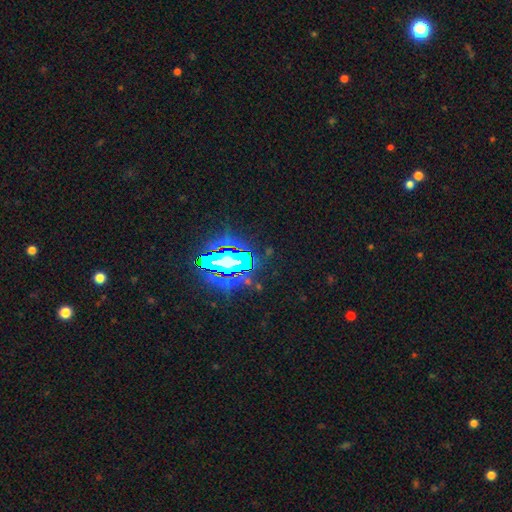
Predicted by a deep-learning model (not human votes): star or artifact 83%, smooth 9%, featured or disk 8%.